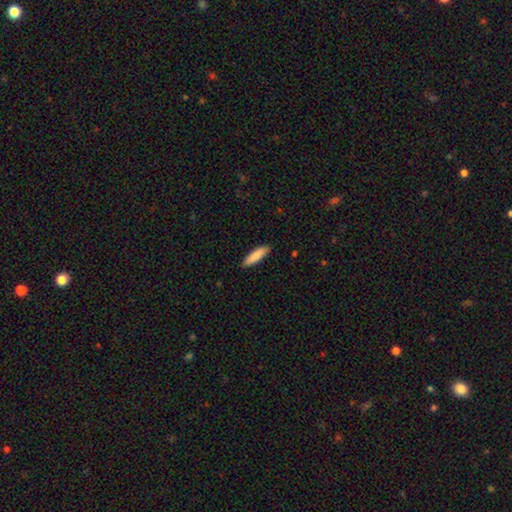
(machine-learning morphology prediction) smooth 87%, featured or disk 8%, star or artifact 5%. Down the decision tree: how rounded — cigar-shaped (69%); merging — none (89%).